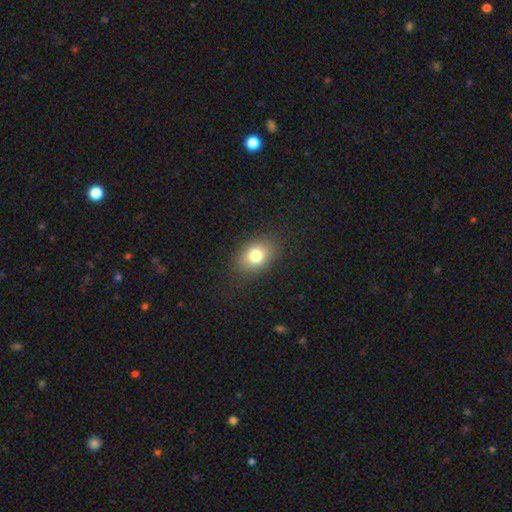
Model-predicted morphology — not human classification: Smooth or featured? Predicted: smooth (p=0.78). How rounded? Predicted: in between (p=0.64). Merging? Predicted: none (p=0.83).